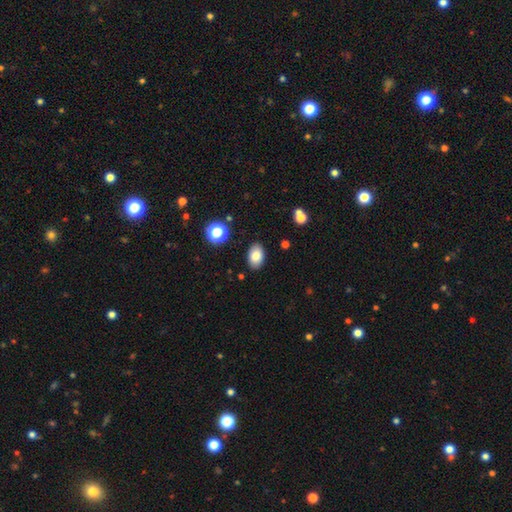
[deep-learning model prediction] The model was most divided on "smooth or featured": smooth: 83%, star or artifact: 9%, featured or disk: 8%. More confident: how rounded — in between (87%); merging — none (87%).